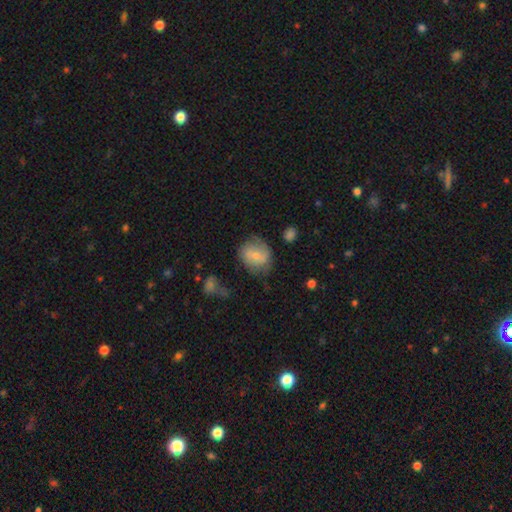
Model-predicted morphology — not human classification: A smooth galaxy with no disk features (61%) that is round (67%). Merging: none (60%).